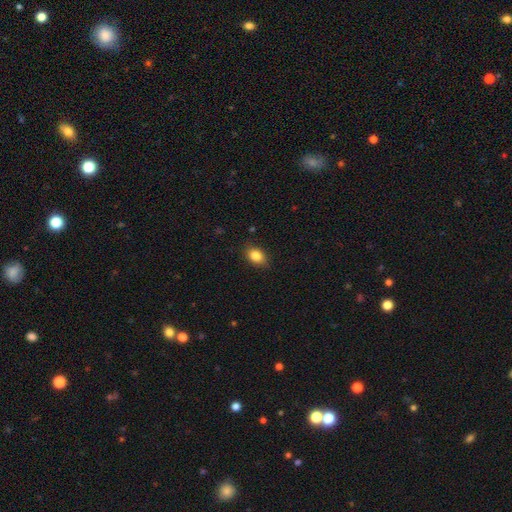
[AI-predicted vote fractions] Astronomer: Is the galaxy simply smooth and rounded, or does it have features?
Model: smooth — 85%.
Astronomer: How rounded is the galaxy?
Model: in between — 77%.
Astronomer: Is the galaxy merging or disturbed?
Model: none — 82%.